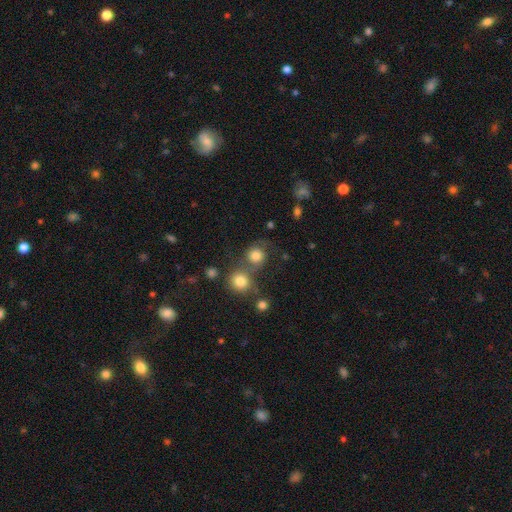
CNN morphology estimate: This is likely a smooth galaxy (75%). How rounded: clearly round (86%). Merging: possibly none (49%).